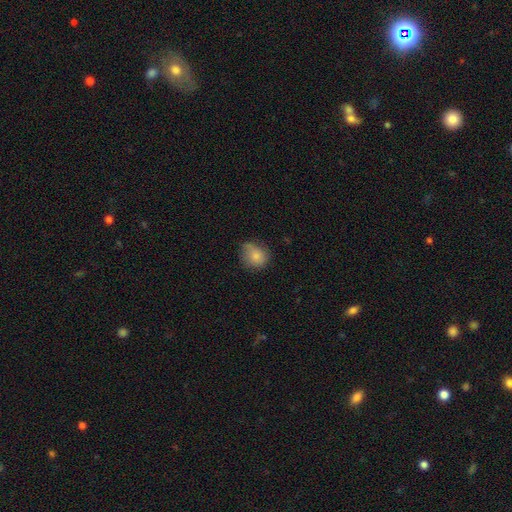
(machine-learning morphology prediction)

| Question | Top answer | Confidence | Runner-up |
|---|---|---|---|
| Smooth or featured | smooth | 80% | featured or disk (11%) |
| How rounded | round | 68% | in between (31%) |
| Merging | none | 56% | minor disturbance (32%) |